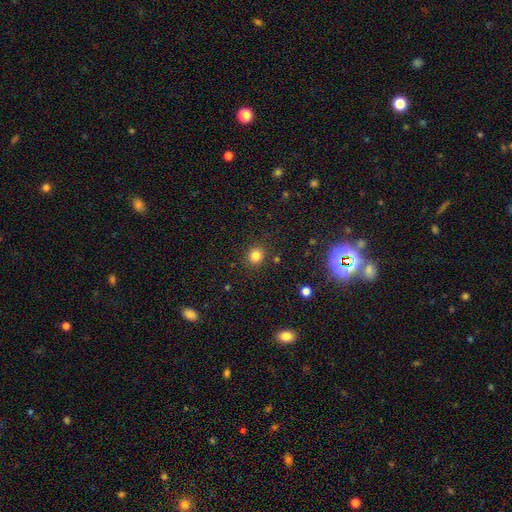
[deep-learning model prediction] A smooth galaxy with no disk features (81%) that is round (87%). Merging: none (87%).